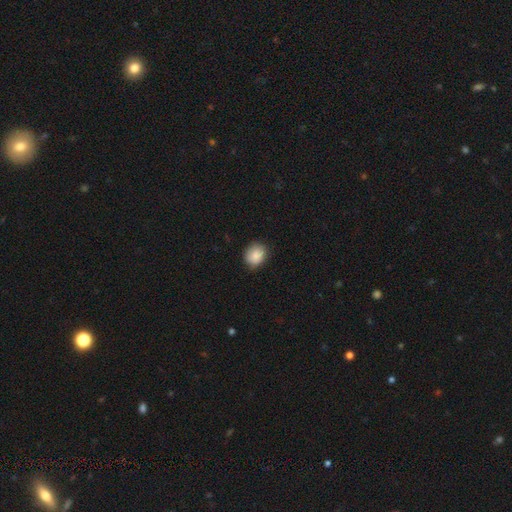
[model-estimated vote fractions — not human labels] Morphology: type=smooth (87%); roundness=round (64%); merging=none (83%).